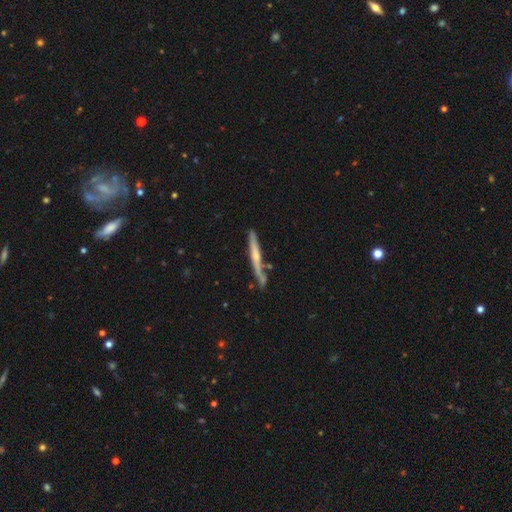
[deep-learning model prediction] A featured or disk galaxy (62%) viewed edge-on (95%) with a rounded central bulge (56%).

Vote fractions:
- Smooth or featured? featured or disk: 62% / smooth: 32% / star or artifact: 6%
- Edge-on disk? yes: 95% / no: 5%
- Edge-on bulge? rounded: 56% / none: 37% / boxy: 6%
- Merging? none: 73% / minor disturbance: 16% / merger: 7% / major disturbance: 4%